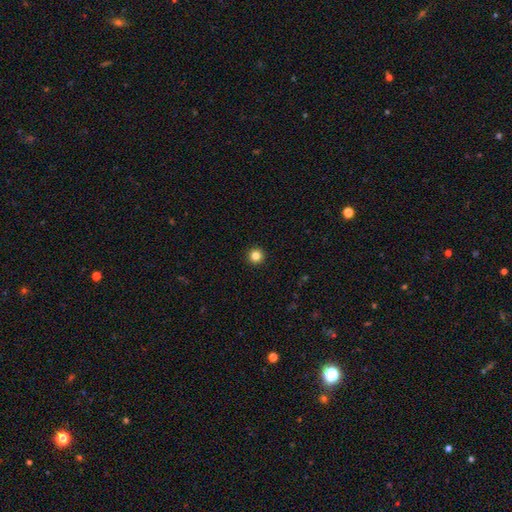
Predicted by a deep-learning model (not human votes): A smooth galaxy with no disk features (84%) that is round (97%). Merging: none (94%).